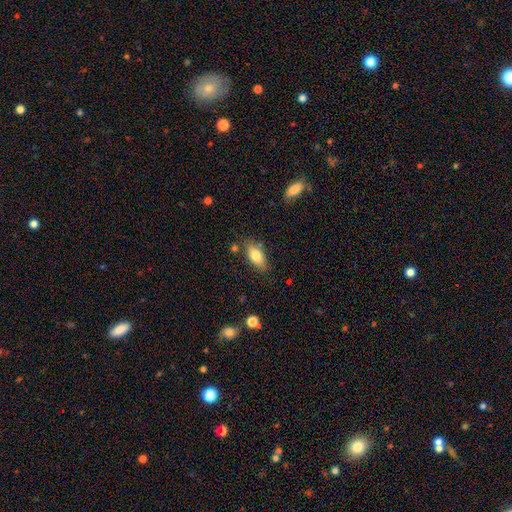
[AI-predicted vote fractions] A smooth galaxy with no disk features (80%) that is in between round and cigar-shaped (88%).

Vote fractions:
- Smooth or featured? smooth: 80% / featured or disk: 12% / star or artifact: 7%
- How rounded? in between: 88% / cigar-shaped: 9% / round: 3%
- Merging? none: 77% / minor disturbance: 16% / merger: 4% / major disturbance: 4%